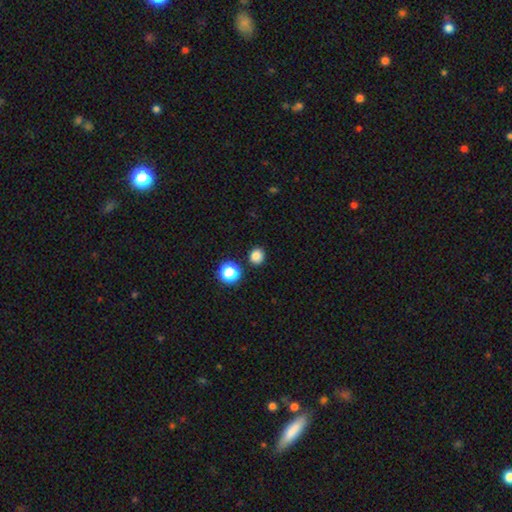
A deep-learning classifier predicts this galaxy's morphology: This appears to be a smooth galaxy with no disk features (82%) that is round (85%). Merging: none (88%).